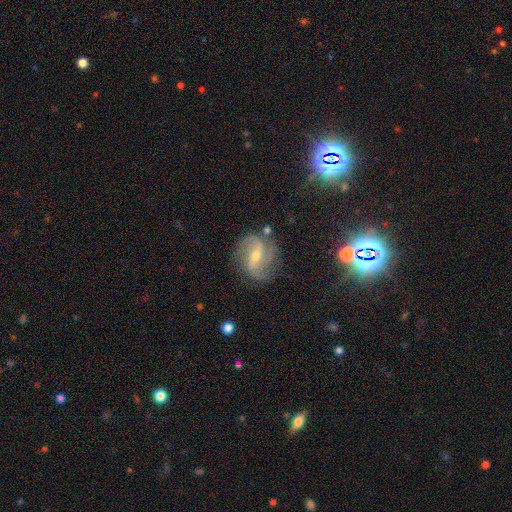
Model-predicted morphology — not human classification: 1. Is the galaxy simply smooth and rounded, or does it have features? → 82% featured or disk, 9% smooth, 9% star or artifact.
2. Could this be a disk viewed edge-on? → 96% no, 4% yes.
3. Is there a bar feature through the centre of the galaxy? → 42% weak, 36% strong, 21% no.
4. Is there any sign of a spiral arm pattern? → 94% yes, 6% no.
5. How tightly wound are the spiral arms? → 41% medium (tied), 41% loose (tied), 18% tight.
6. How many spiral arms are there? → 67% 2, 13% 3, 10% can't tell, 3% 4, 3% 1, 3% more than 4.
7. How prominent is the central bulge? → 50% small, 47% moderate, 1% large, 1% none, 1% dominant.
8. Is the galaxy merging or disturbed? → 75% none, 16% minor disturbance, 7% major disturbance, 2% merger.